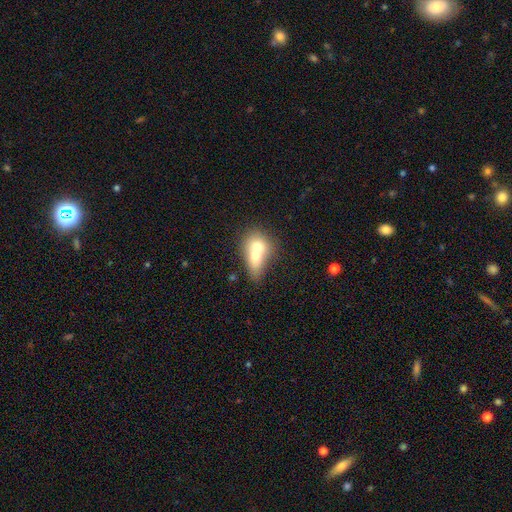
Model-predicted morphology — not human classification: The model was most divided on "how rounded": in between: 56%, round: 40%, cigar-shaped: 4%. More confident: merging — merger (75%); smooth or featured — smooth (65%).